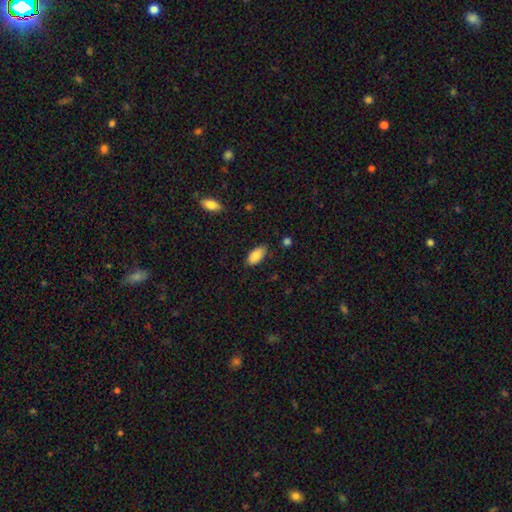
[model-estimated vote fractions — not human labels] smooth_or_featured: smooth (p=0.87) [alt: star or artifact p=0.07]
how_rounded: in between (p=0.92) [alt: cigar-shaped p=0.05]
merging: none (p=0.83) [alt: minor disturbance p=0.13]